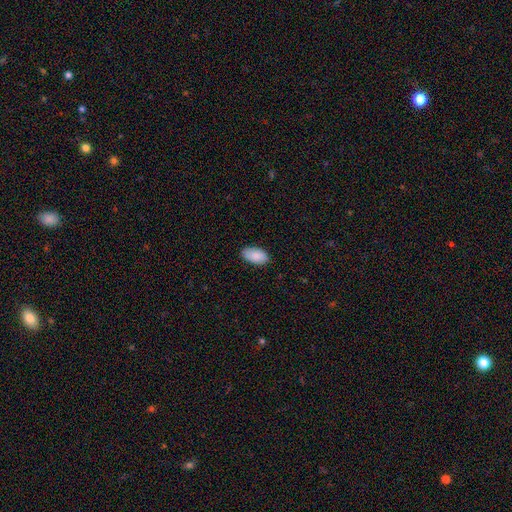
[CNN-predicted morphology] Q: Smooth or featured?
A: smooth (89%); runner-up: star or artifact (6%)
Q: How rounded?
A: in between (95%); runner-up: round (3%)
Q: Merging?
A: none (86%); runner-up: minor disturbance (11%)